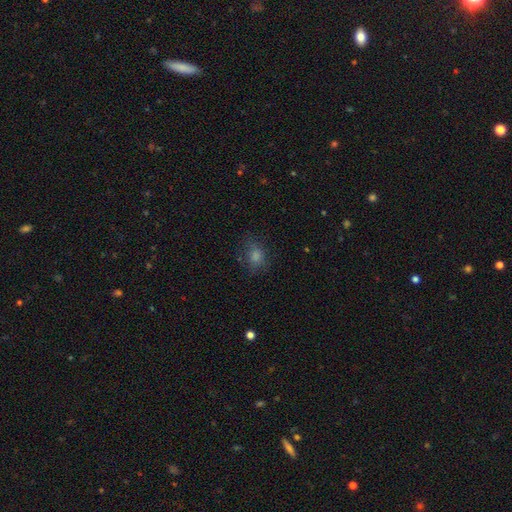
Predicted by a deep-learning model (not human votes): Smooth or featured?
  - smooth: 77% *
  - star or artifact: 13%
  - featured or disk: 10%
How rounded?
  - in between: 50% *
  - round: 49%
  - cigar-shaped: 1%
Merging?
  - none: 66% *
  - minor disturbance: 21%
  - major disturbance: 12%
  - merger: 2%